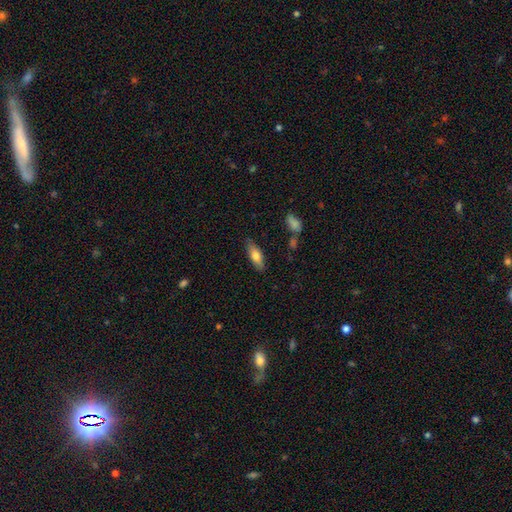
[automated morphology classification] Overall: smooth (70%). How rounded: in between (62%; cigar-shaped 35%). Merging: none (82%).